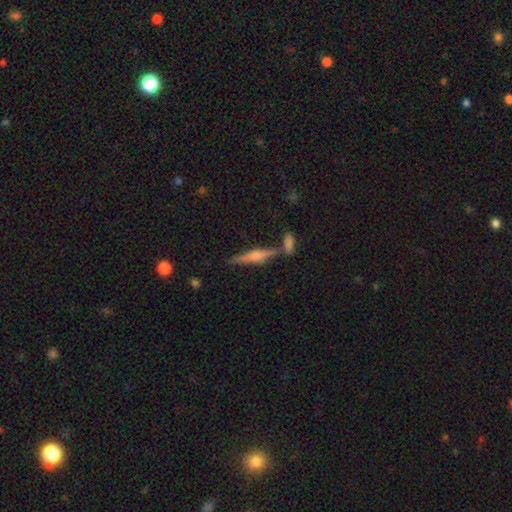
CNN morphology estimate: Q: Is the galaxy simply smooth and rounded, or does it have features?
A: featured or disk — 74%.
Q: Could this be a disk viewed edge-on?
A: yes — 96%.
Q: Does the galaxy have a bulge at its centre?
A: rounded — 82%.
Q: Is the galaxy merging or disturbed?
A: none — 70%.